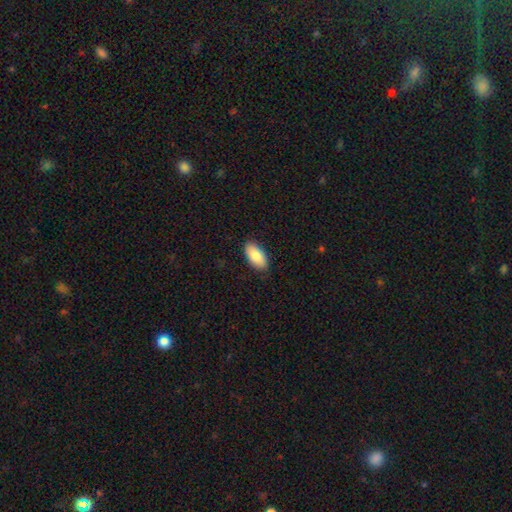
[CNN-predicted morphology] Smooth or featured: smooth — 86% (featured or disk — 8%)
How rounded: in between — 94% (cigar-shaped — 4%)
Merging: none — 87% (minor disturbance — 10%)